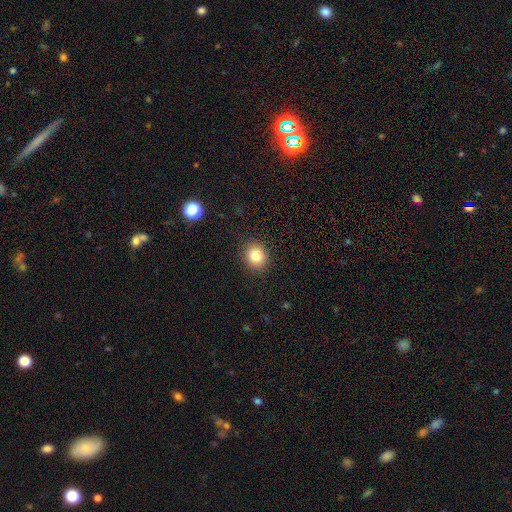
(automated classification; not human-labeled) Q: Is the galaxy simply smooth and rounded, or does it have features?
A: smooth — 83%.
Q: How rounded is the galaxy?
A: round — 75%.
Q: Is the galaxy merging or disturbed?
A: none — 89%.